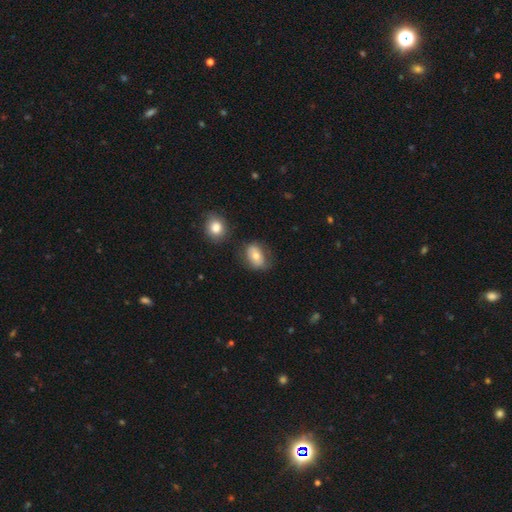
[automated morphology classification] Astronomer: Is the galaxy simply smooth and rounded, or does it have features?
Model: smooth — 69%.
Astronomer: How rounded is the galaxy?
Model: in between — 73%.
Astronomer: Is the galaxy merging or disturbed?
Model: none — 61%.